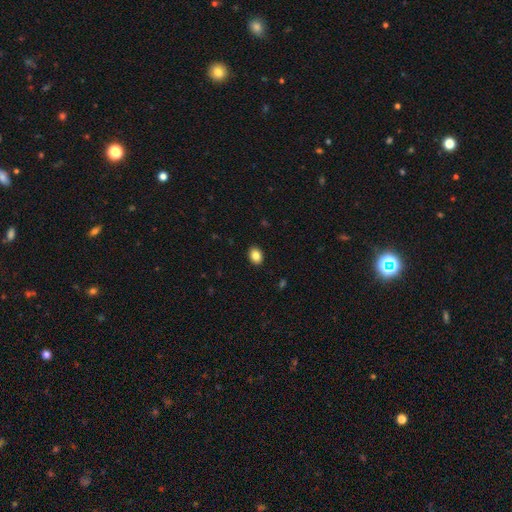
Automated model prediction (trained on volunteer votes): smooth-or-featured: smooth: 85% | star or artifact: 9% | featured or disk: 6%
  how-rounded: in between: 66% | round: 33% | cigar-shaped: 1%
  merging: none: 91% | minor disturbance: 7% | major disturbance: 2% | merger: 1%